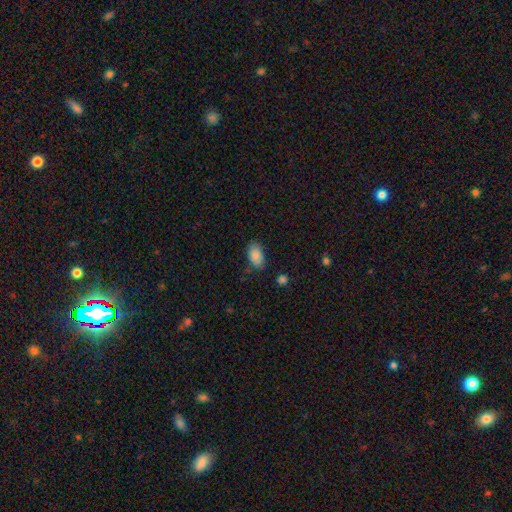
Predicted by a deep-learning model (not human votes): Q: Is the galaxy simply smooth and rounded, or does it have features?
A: smooth — 86%.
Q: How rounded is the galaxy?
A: in between — 92%.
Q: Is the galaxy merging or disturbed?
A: none — 75%.